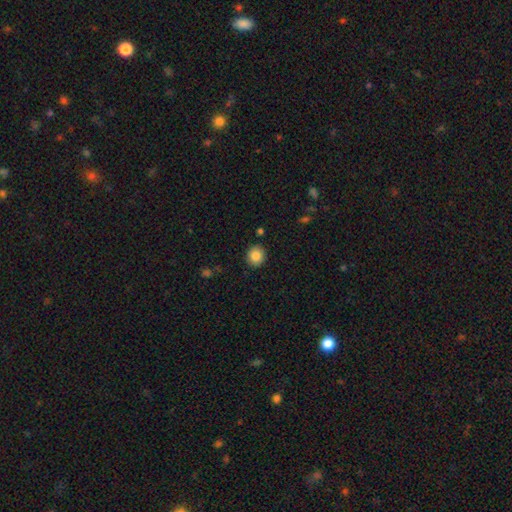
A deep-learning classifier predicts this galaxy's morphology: The model was most divided on "how rounded": round: 80%, in between: 19%, cigar-shaped: 1%. More confident: merging — none (90%); smooth or featured — smooth (85%).